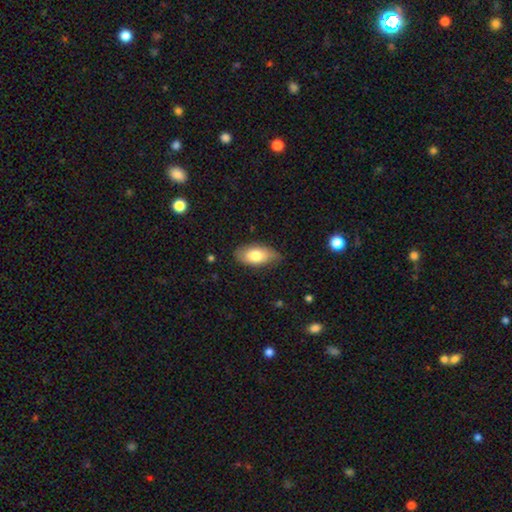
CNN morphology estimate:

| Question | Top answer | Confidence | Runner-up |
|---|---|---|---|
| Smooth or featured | smooth | 75% | featured or disk (19%) |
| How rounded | in between | 92% | cigar-shaped (4%) |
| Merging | none | 74% | minor disturbance (21%) |